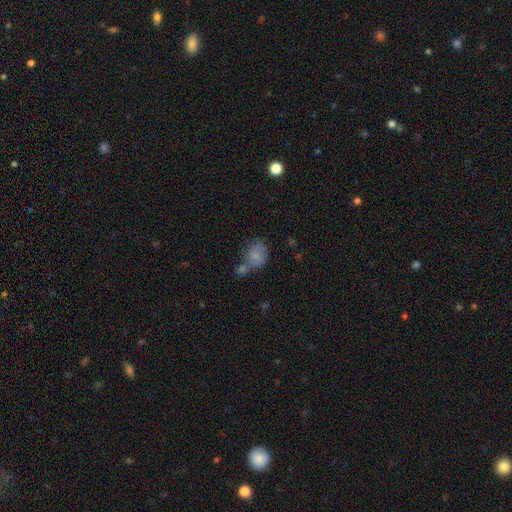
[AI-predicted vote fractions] This appears to be a smooth galaxy with no disk features (78%) that is in between round and cigar-shaped (52%). Merging: merger (41%).